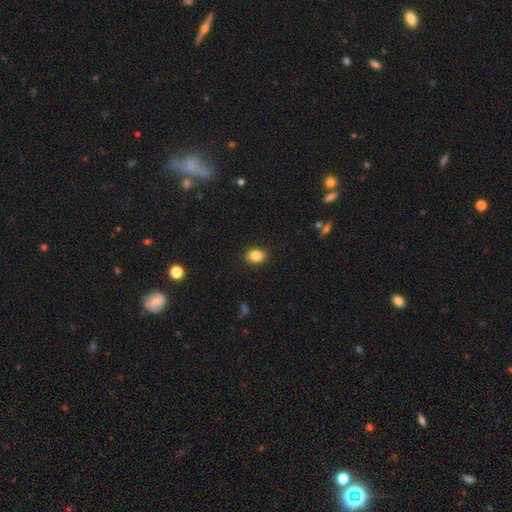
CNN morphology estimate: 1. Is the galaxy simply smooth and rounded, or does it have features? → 85% smooth, 9% star or artifact, 6% featured or disk.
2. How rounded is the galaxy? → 61% in between, 38% round, 1% cigar-shaped.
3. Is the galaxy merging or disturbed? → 90% none, 7% minor disturbance, 2% major disturbance, 1% merger.